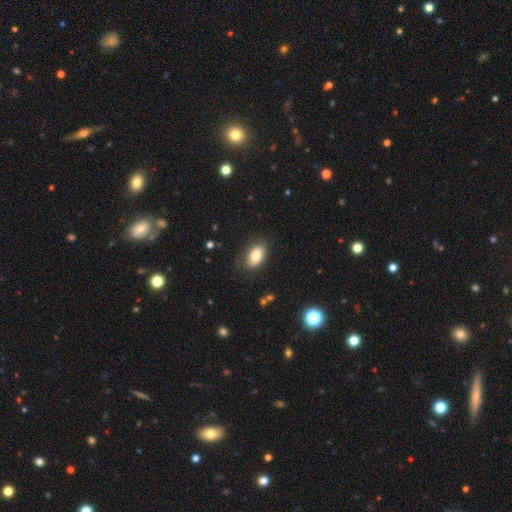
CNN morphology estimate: Smooth or featured? Predicted: smooth (p=0.80). How rounded? Predicted: in between (p=0.91). Merging? Predicted: none (p=0.81).